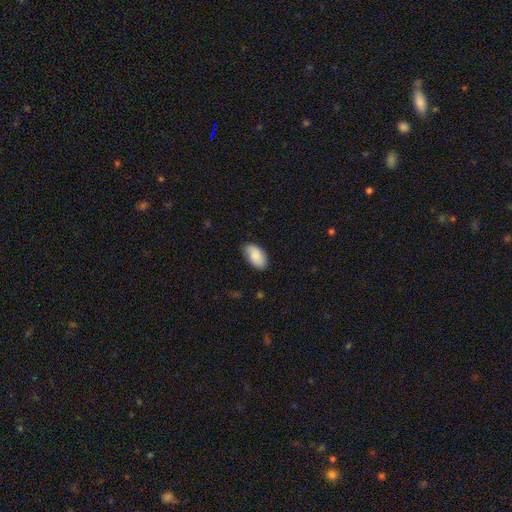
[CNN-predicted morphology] smooth-or-featured: smooth: 86% | featured or disk: 8% | star or artifact: 6%
  how-rounded: in between: 95% | round: 4% | cigar-shaped: 2%
  merging: none: 79% | minor disturbance: 17% | major disturbance: 3% | merger: 1%